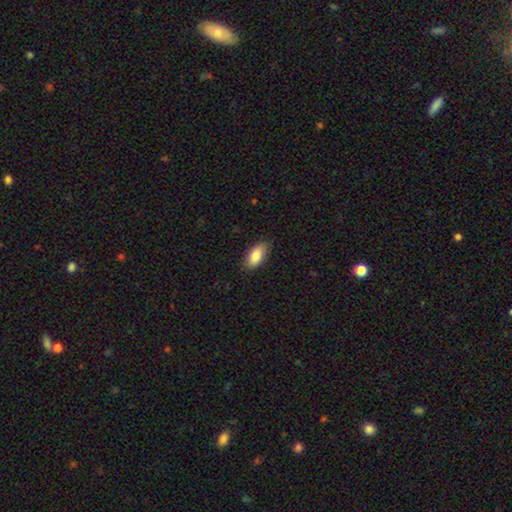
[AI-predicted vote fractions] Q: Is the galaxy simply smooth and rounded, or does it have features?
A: smooth — 83%.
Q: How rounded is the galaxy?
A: in between — 89%.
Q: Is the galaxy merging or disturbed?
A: none — 83%.